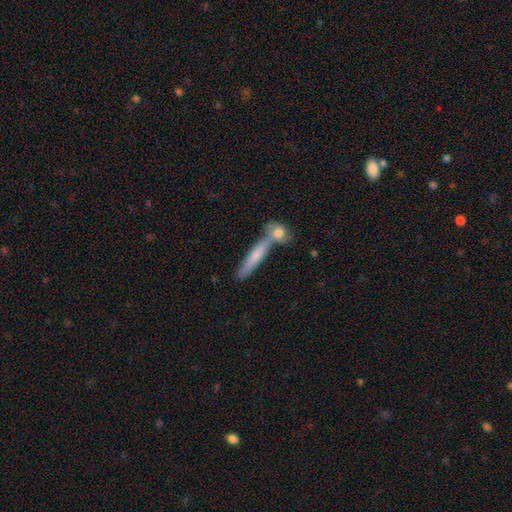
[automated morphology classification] smooth-or-featured: smooth: 64% | featured or disk: 30% | star or artifact: 6%
  how-rounded: cigar-shaped: 86% | in between: 11% | round: 3%
  merging: none: 53% | merger: 33% | minor disturbance: 10% | major disturbance: 4%